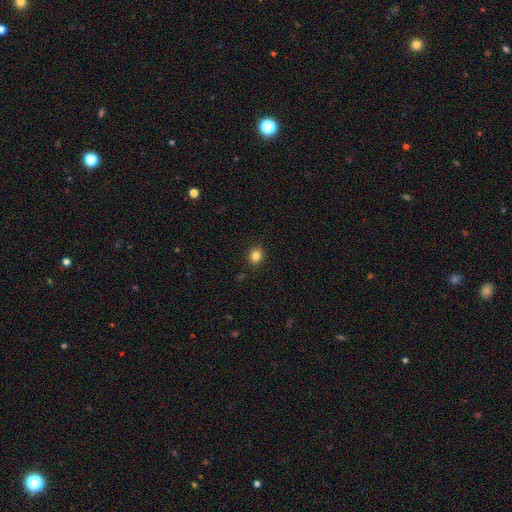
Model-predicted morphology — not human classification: The model was most divided on "how rounded": round: 81%, in between: 19%, cigar-shaped: 1%. More confident: merging — none (90%); smooth or featured — smooth (83%).